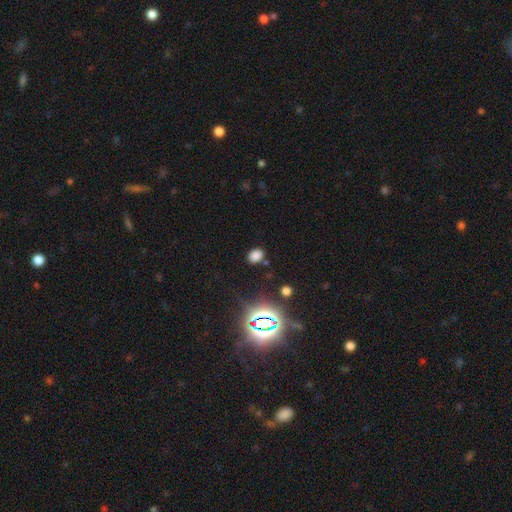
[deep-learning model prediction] smooth-or-featured: smooth: 71% | star or artifact: 24% | featured or disk: 5%
  how-rounded: in between: 66% | round: 32% | cigar-shaped: 1%
  merging: none: 81% | minor disturbance: 11% | major disturbance: 4% | merger: 3%